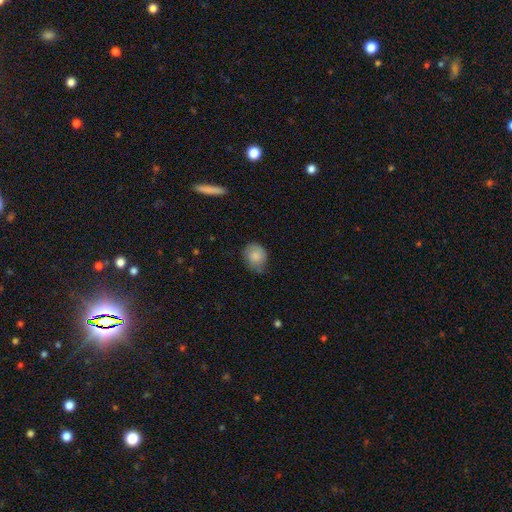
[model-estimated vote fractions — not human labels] The model was most divided on "how rounded": round: 64%, in between: 35%, cigar-shaped: 1%. More confident: smooth or featured — smooth (82%); merging — none (61%).